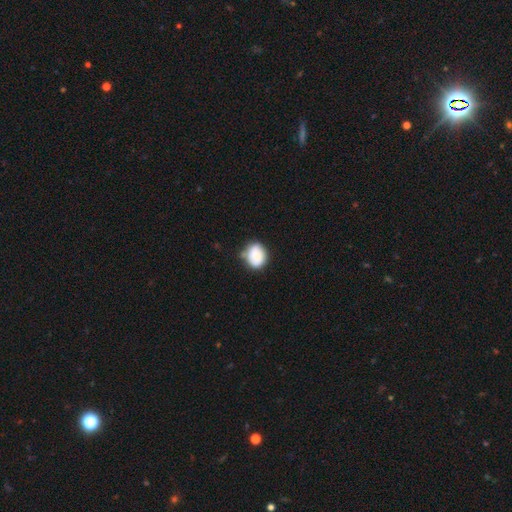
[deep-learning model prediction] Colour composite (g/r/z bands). It shows a smooth galaxy with no disk features (78%) that is round (53%). Merging: none (62%).